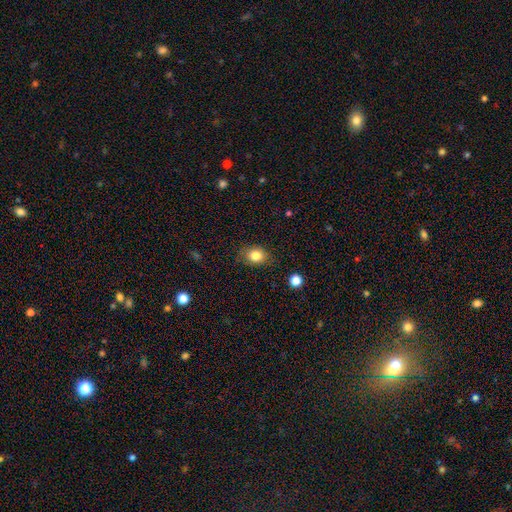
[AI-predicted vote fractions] The model was most divided on "how rounded": round: 50%, in between: 49%, cigar-shaped: 1%. More confident: smooth or featured — smooth (82%); merging — none (81%).